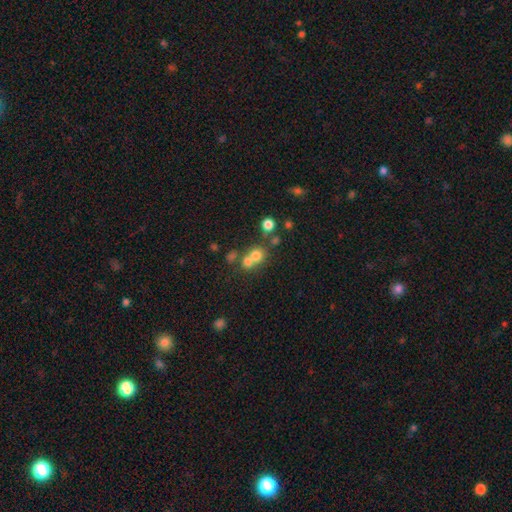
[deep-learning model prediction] smooth-or-featured: smooth: 69% | star or artifact: 16% | featured or disk: 15%
  how-rounded: round: 82% | in between: 17% | cigar-shaped: 1%
  merging: merger: 50% | none: 39% | minor disturbance: 7% | major disturbance: 4%